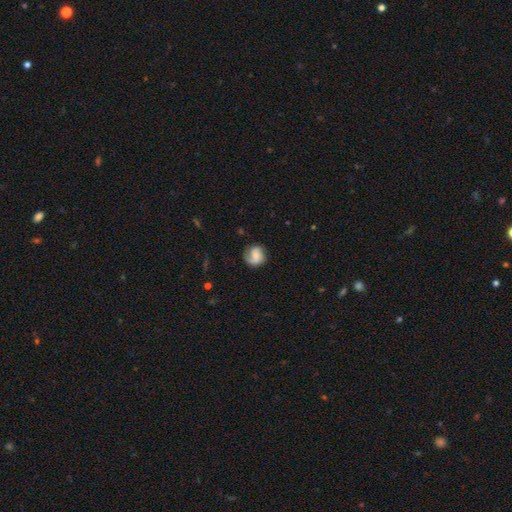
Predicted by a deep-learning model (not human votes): featured or disk 51%, smooth 42%, star or artifact 8%. Down the decision tree: edge-on disk — no (98%); merging — none (68%).